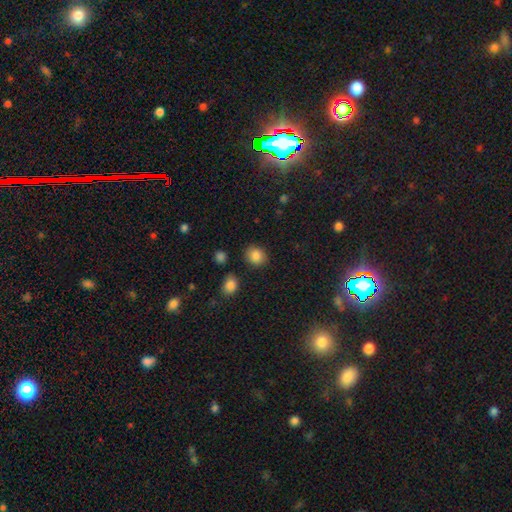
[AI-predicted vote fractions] This is clearly a smooth galaxy (86%). How rounded: likely round (69%). Merging: clearly none (84%).